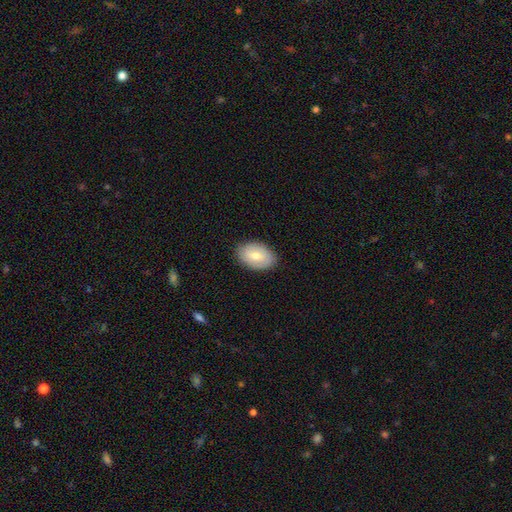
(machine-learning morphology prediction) Overall: smooth (64%; featured or disk 29%). How rounded: in between (89%). Merging: none (85%).